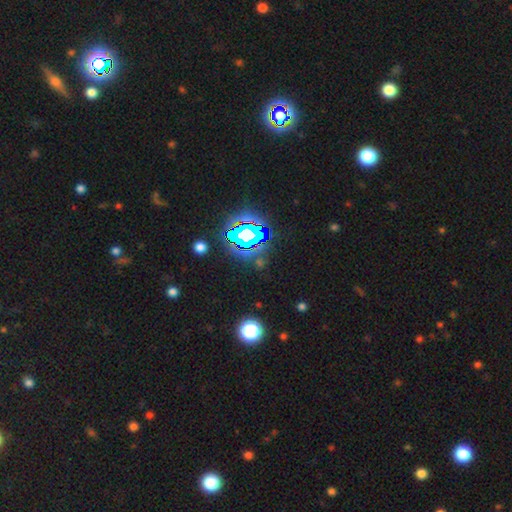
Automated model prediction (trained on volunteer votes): This appears to be a star or artifact, not a galaxy (83%).